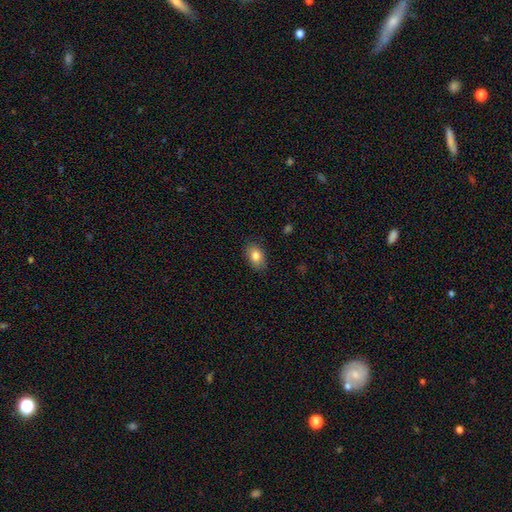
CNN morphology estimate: Smooth or featured: smooth — 83% (featured or disk — 9%)
How rounded: in between — 84% (round — 14%)
Merging: none — 86% (minor disturbance — 11%)